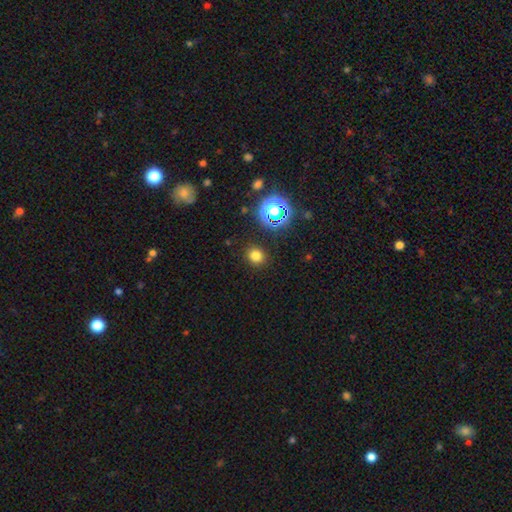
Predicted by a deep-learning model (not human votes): Smooth or featured? Predicted: smooth (p=0.76). How rounded? Predicted: round (p=0.80). Merging? Predicted: none (p=0.89).